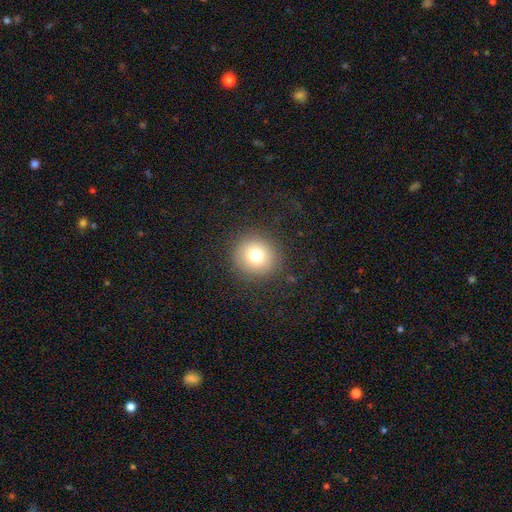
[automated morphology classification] Smooth or featured: smooth — 75% (star or artifact — 13%)
How rounded: round — 93% (in between — 6%)
Merging: none — 88% (minor disturbance — 7%)